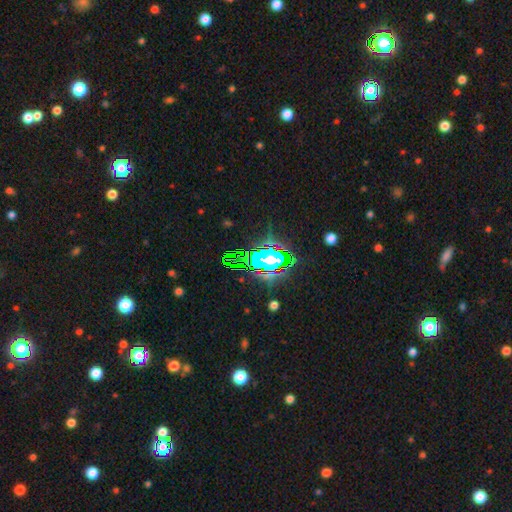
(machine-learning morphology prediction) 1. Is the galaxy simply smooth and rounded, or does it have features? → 68% star or artifact, 17% smooth, 15% featured or disk.